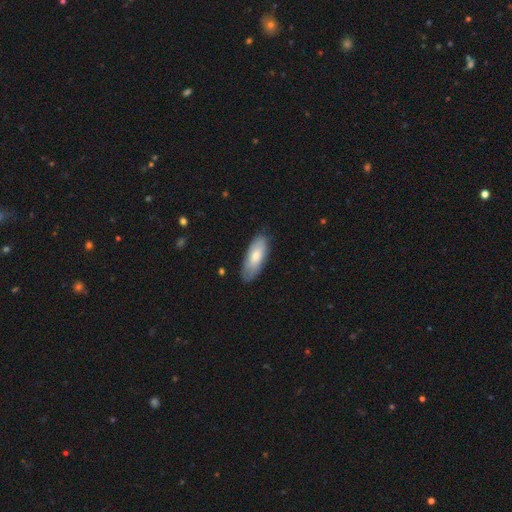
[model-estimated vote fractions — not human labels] A smooth galaxy with no disk features (72%) that is in between round and cigar-shaped (78%). Merging: none (76%).